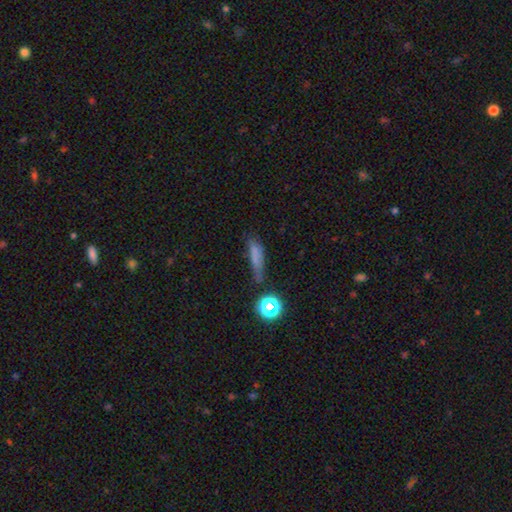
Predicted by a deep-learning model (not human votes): Overall: smooth (67%). How rounded: cigar-shaped (66%). Merging: none (54%; minor disturbance 27%).